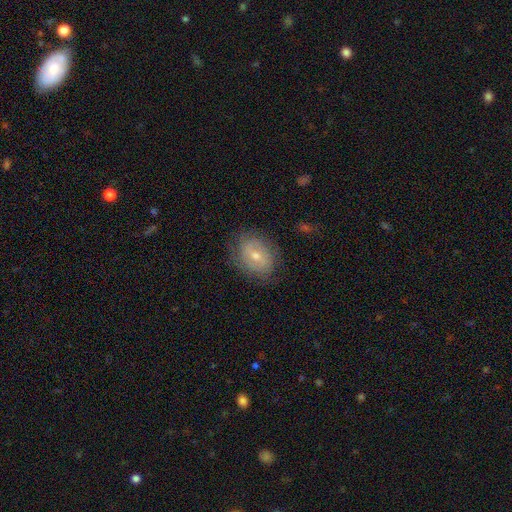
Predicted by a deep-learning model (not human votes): Smooth or featured? featured or disk (57%)
Edge-on disk? no (95%)
Bar? weak (44%)
Spiral arms? yes (70%)
Bulge size? moderate (52%)
Merging? none (76%)